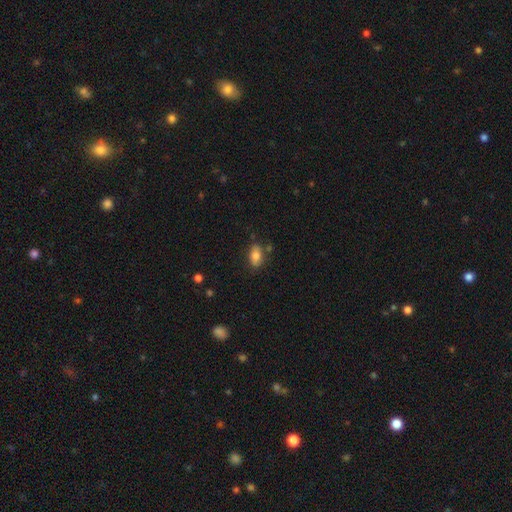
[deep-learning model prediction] smooth-or-featured: smooth: 79% | featured or disk: 12% | star or artifact: 8%
  how-rounded: in between: 88% | round: 9% | cigar-shaped: 3%
  merging: none: 76% | minor disturbance: 15% | merger: 5% | major disturbance: 3%